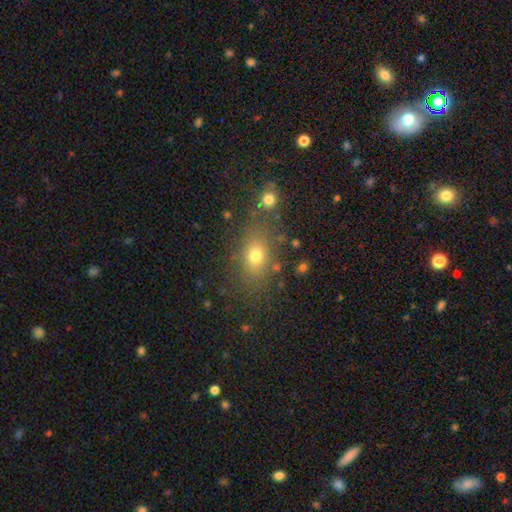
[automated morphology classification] The model was most divided on "how rounded": in between: 65%, round: 31%, cigar-shaped: 3%. More confident: merging — none (74%); smooth or featured — smooth (70%).